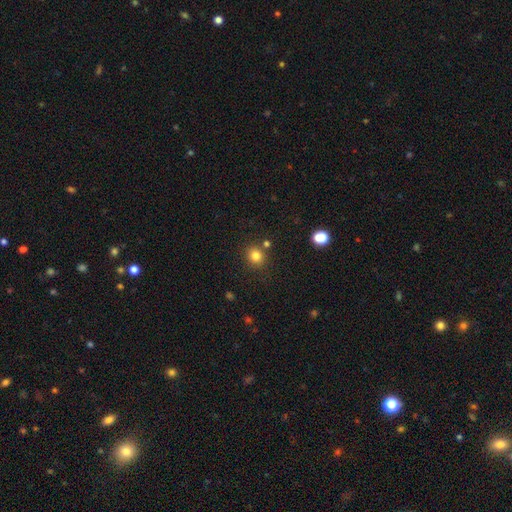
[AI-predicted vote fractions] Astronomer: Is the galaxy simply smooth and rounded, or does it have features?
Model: smooth — 80%.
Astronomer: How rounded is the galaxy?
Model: round — 80%.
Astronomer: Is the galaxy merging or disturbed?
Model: none — 80%.